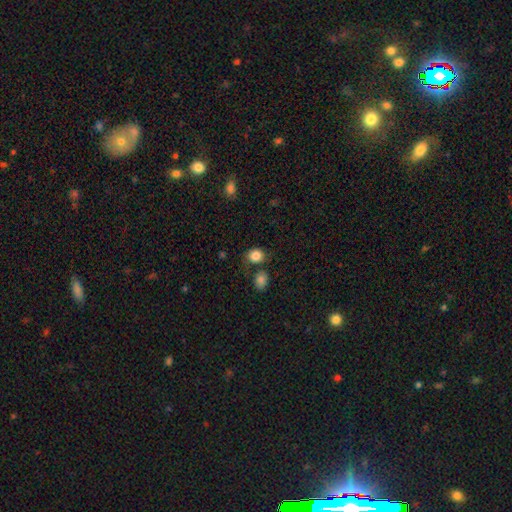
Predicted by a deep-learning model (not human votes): Smooth or featured? Predicted: smooth (p=0.85). How rounded? Predicted: round (p=0.61). Merging? Predicted: none (p=0.70).